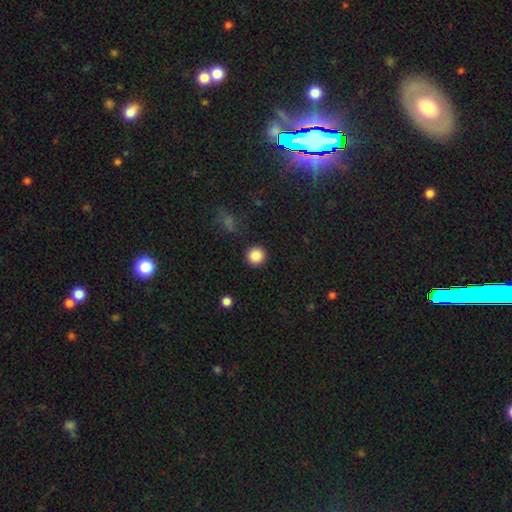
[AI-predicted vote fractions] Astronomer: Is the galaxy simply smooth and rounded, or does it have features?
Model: smooth — 87%.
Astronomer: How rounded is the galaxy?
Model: round — 95%.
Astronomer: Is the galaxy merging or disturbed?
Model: none — 92%.